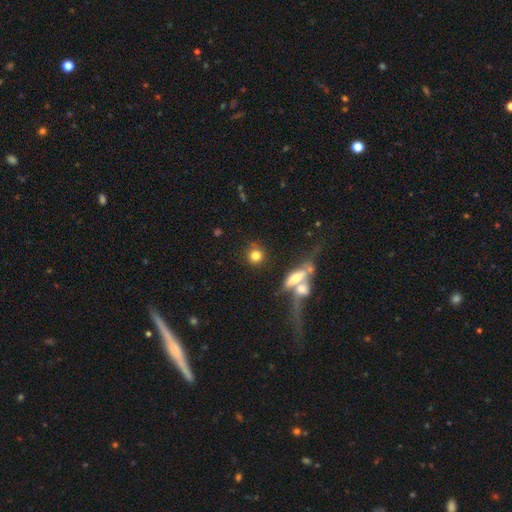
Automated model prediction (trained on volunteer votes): Smooth or featured?
  - smooth: 78% *
  - featured or disk: 11%
  - star or artifact: 11%
How rounded?
  - round: 86% *
  - in between: 11%
  - cigar-shaped: 3%
Merging?
  - none: 69% *
  - merger: 15%
  - minor disturbance: 10%
  - major disturbance: 6%